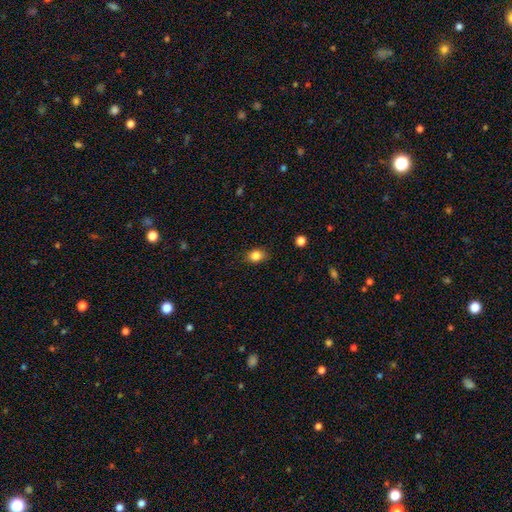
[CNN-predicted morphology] smooth_or_featured: smooth (p=0.84) [alt: star or artifact p=0.10]
how_rounded: in between (p=0.53) [alt: round p=0.46]
merging: none (p=0.82) [alt: minor disturbance p=0.14]